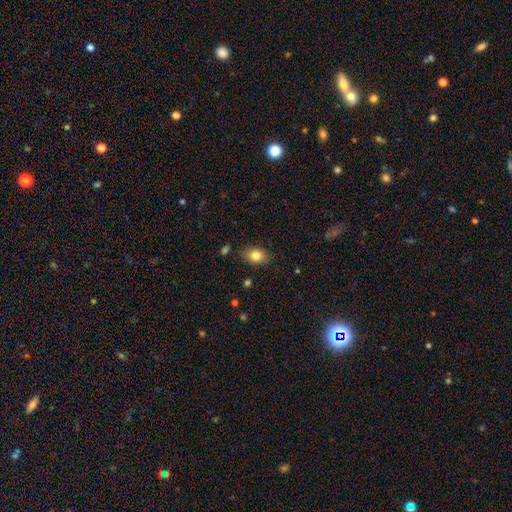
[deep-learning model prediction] This is clearly a smooth galaxy (82%). How rounded: likely in between (75%). Merging: clearly none (83%).